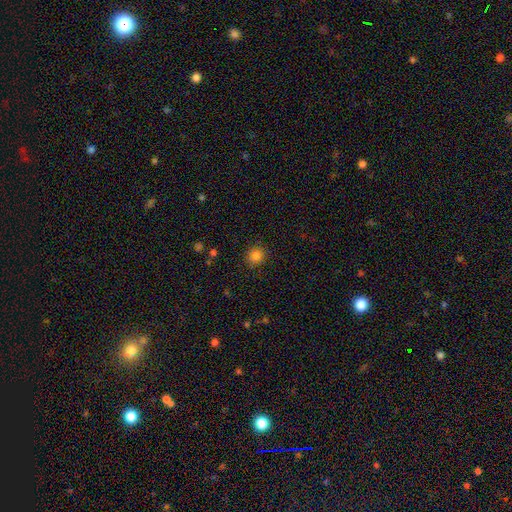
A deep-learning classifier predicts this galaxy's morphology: smooth 83%, star or artifact 12%, featured or disk 5%. Down the decision tree: how rounded — round (88%); merging — none (89%).